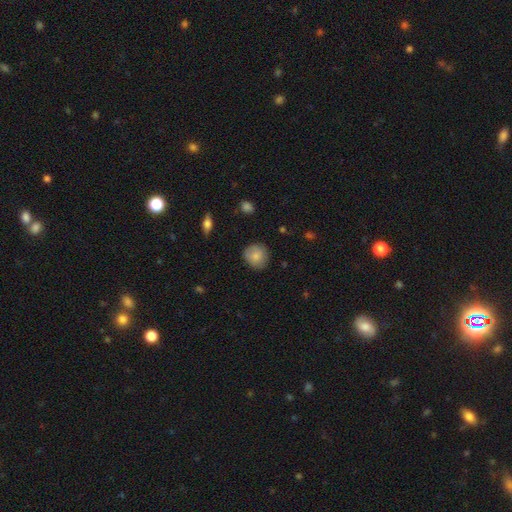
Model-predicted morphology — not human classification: Smooth or featured? smooth (84%)
How rounded? round (87%)
Merging? none (82%)